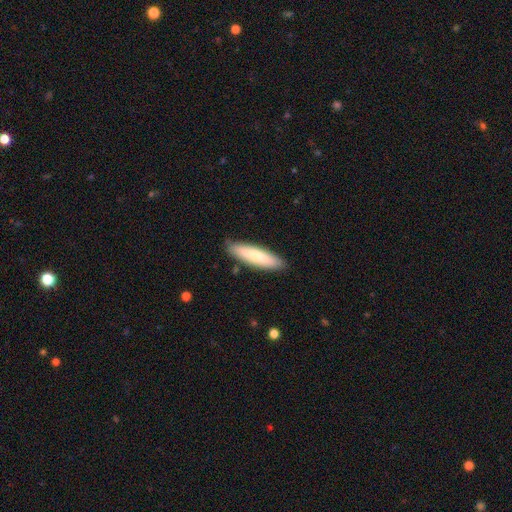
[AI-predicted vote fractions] Overall: smooth (74%). How rounded: cigar-shaped (73%). Merging: none (87%).